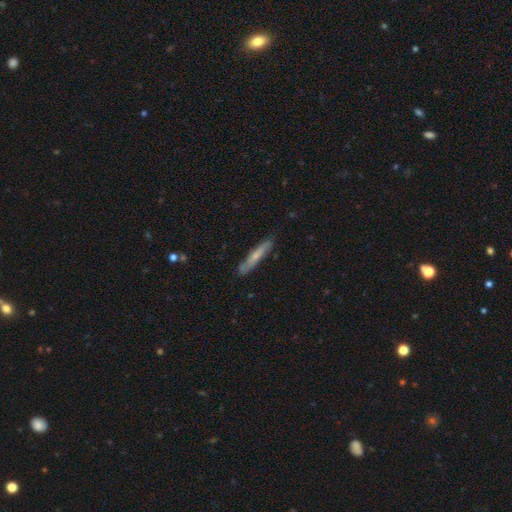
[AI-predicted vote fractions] smooth 60%, featured or disk 35%, star or artifact 6%. Down the decision tree: how rounded — cigar-shaped (93%); merging — none (82%).